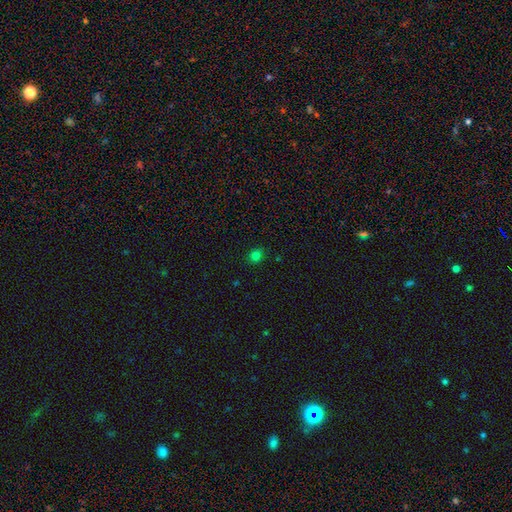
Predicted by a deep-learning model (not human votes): Q: Smooth or featured?
A: smooth (79%); runner-up: star or artifact (17%)
Q: How rounded?
A: round (73%); runner-up: in between (26%)
Q: Merging?
A: none (88%); runner-up: minor disturbance (9%)